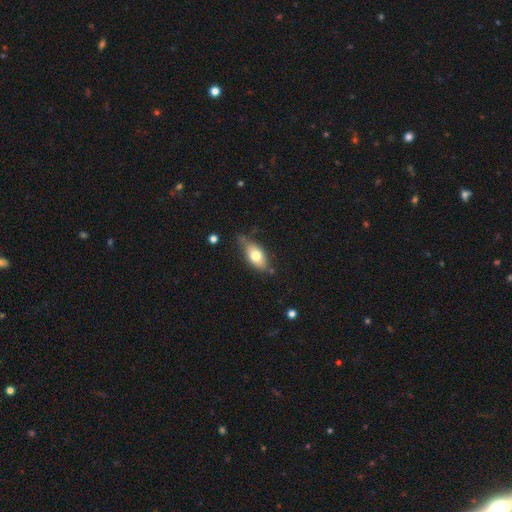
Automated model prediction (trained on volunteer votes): Smooth or featured?
  - smooth: 71% *
  - featured or disk: 22%
  - star or artifact: 7%
How rounded?
  - in between: 86% *
  - cigar-shaped: 9%
  - round: 5%
Merging?
  - none: 64% *
  - minor disturbance: 26%
  - major disturbance: 6%
  - merger: 4%